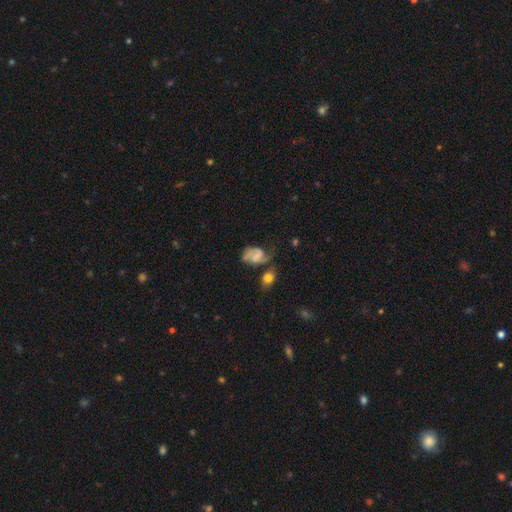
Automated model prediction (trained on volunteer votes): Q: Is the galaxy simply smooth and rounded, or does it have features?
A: featured or disk — 61%.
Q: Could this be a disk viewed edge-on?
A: no — 98%.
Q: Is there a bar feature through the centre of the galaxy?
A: no — 47%.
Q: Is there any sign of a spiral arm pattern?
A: yes — 86%.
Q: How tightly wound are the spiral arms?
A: medium — 45%.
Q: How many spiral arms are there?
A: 2 — 79%.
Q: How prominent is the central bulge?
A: none — 58%.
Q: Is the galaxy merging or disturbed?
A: none — 42%.